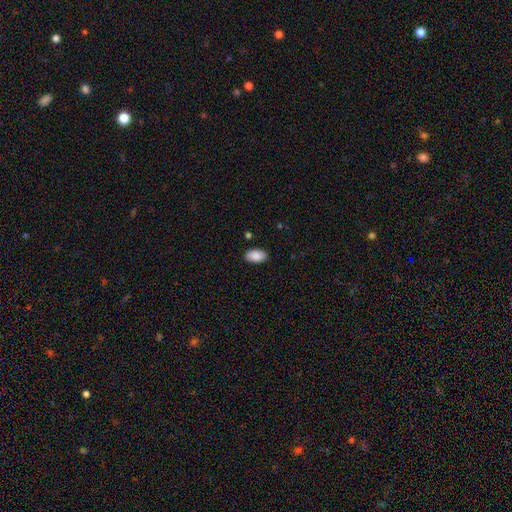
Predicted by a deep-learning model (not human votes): Q: Smooth or featured?
A: smooth (88%); runner-up: star or artifact (7%)
Q: How rounded?
A: in between (94%); runner-up: round (4%)
Q: Merging?
A: none (88%); runner-up: minor disturbance (9%)